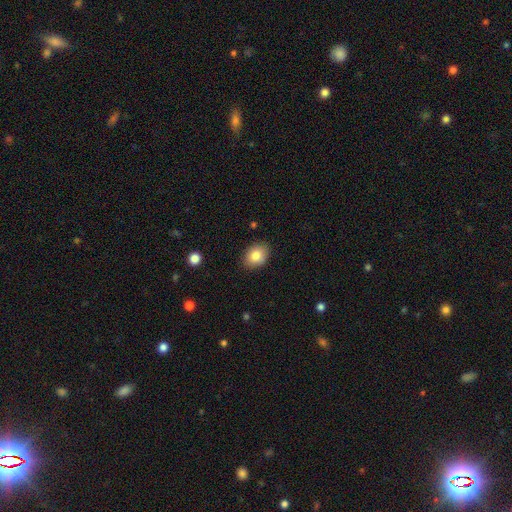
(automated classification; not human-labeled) Smooth or featured? smooth (83%)
How rounded? in between (70%)
Merging? none (87%)